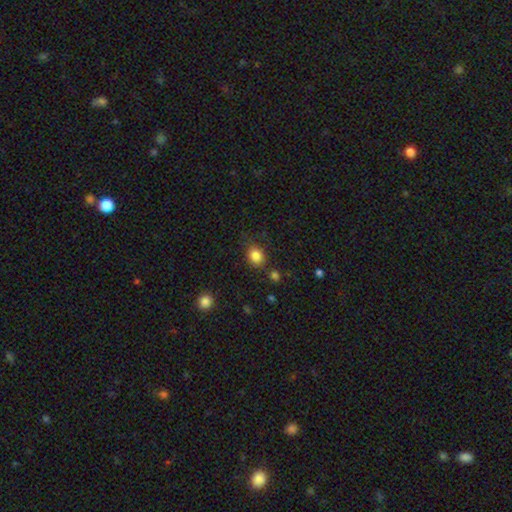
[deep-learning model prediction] A smooth galaxy with no disk features (84%) that is round (59%). Merging: none (76%).